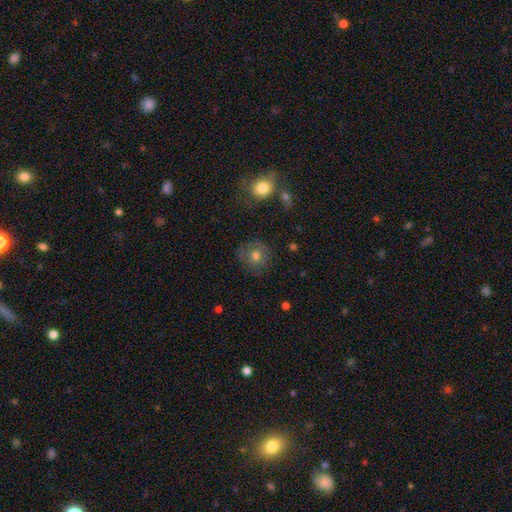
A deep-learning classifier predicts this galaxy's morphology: Smooth or featured? smooth (70%)
How rounded? round (87%)
Merging? none (77%)